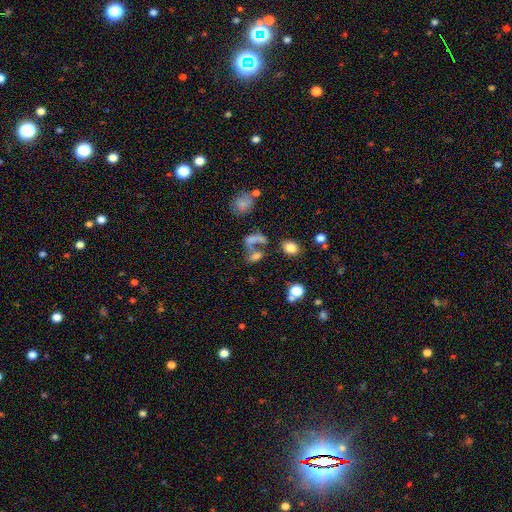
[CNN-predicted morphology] smooth-or-featured: smooth: 60% | star or artifact: 20% | featured or disk: 19%
  how-rounded: in between: 73% | round: 18% | cigar-shaped: 10%
  merging: merger: 45% | none: 30% | major disturbance: 14% | minor disturbance: 10%